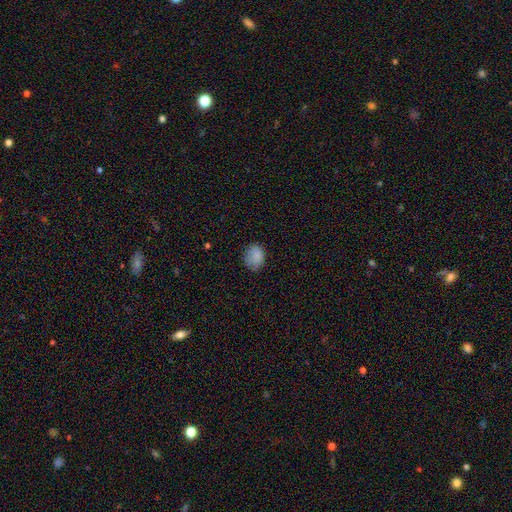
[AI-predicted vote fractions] The model was most divided on "how rounded": in between: 54%, round: 45%, cigar-shaped: 1%. More confident: smooth or featured — smooth (83%); merging — none (69%).